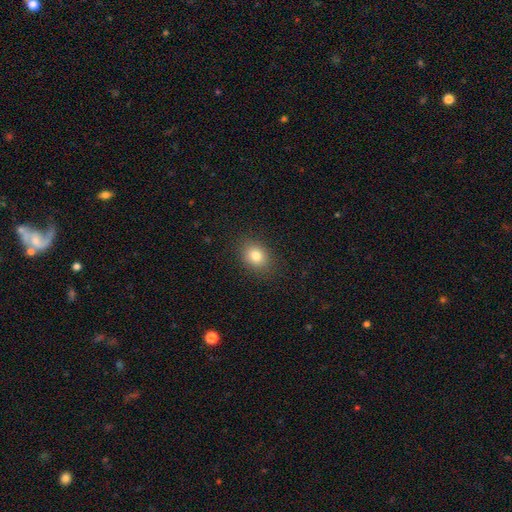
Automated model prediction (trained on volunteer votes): Overall: smooth (80%). How rounded: in between (56%; round 43%). Merging: none (87%).